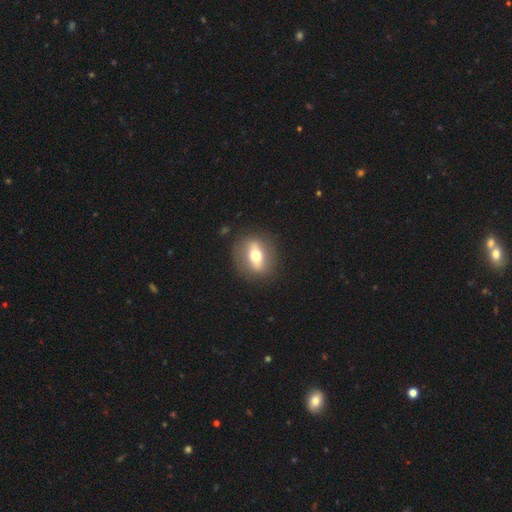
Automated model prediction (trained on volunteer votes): Smooth or featured: featured or disk — 51% (smooth — 42%)
Edge-on disk: no — 61% (yes — 39%)
Merging: none — 85% (minor disturbance — 10%)